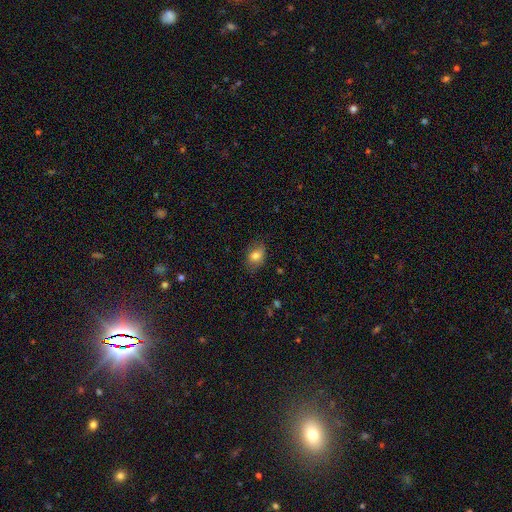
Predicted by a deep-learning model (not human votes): Smooth or featured? smooth (79%)
How rounded? in between (80%)
Merging? none (77%)